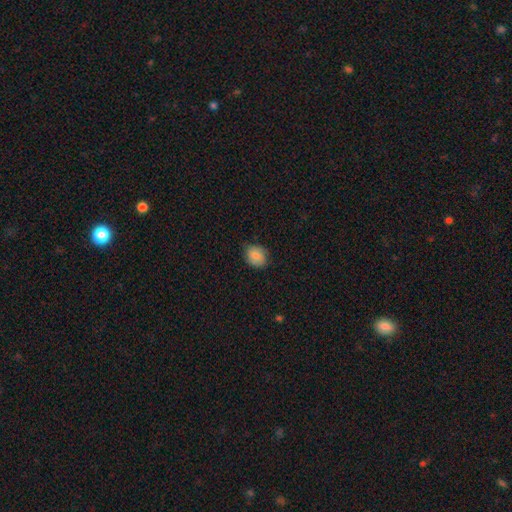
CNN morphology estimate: Smooth or featured: smooth — 81% (featured or disk — 11%)
How rounded: round — 53% (in between — 46%)
Merging: none — 78% (minor disturbance — 18%)